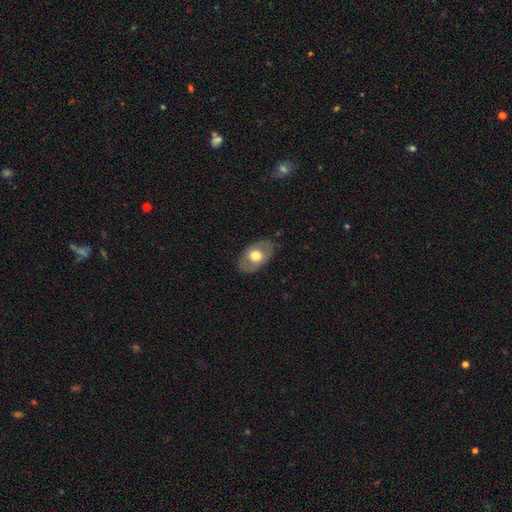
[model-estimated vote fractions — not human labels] The model was most divided on "smooth or featured": smooth: 59%, featured or disk: 35%, star or artifact: 6%. More confident: how rounded — in between (86%); merging — none (82%).